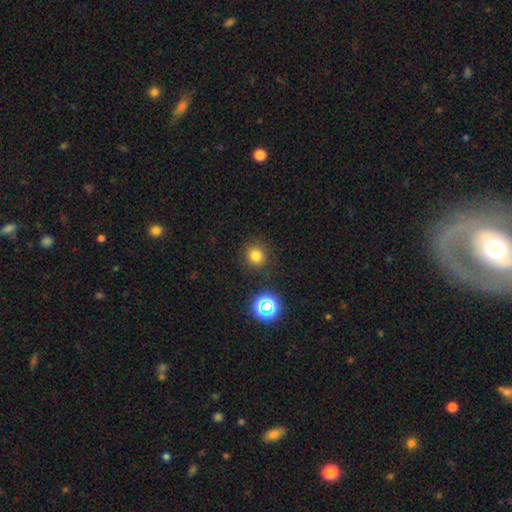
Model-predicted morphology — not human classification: Overall: smooth (76%). How rounded: round (91%). Merging: none (88%).